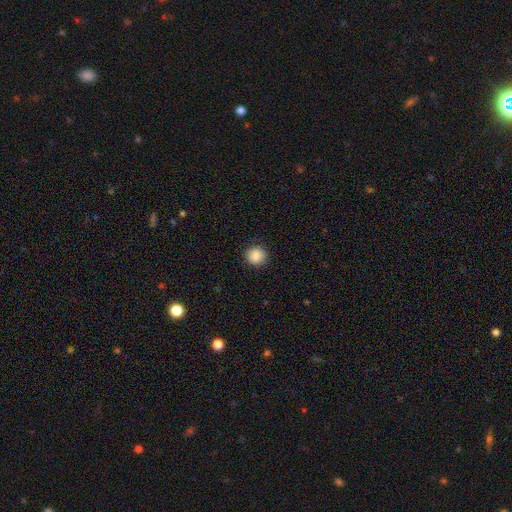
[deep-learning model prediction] smooth_or_featured: smooth (p=0.88) [alt: star or artifact p=0.09]
how_rounded: round (p=0.93) [alt: in between p=0.06]
merging: none (p=0.91) [alt: minor disturbance p=0.06]